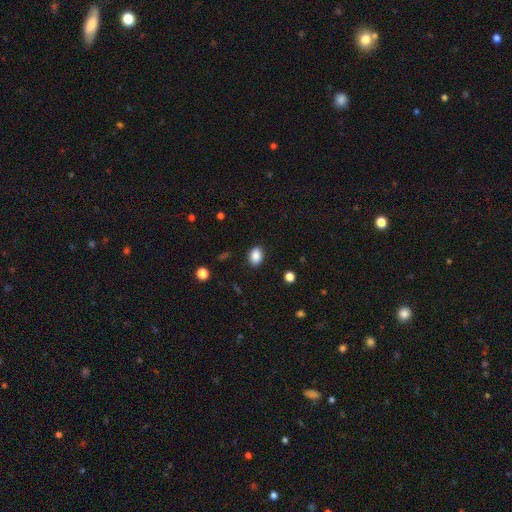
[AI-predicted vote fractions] smooth-or-featured: smooth: 88% | star or artifact: 9% | featured or disk: 3%
  how-rounded: in between: 71% | round: 28% | cigar-shaped: 1%
  merging: none: 88% | minor disturbance: 8% | major disturbance: 2% | merger: 1%